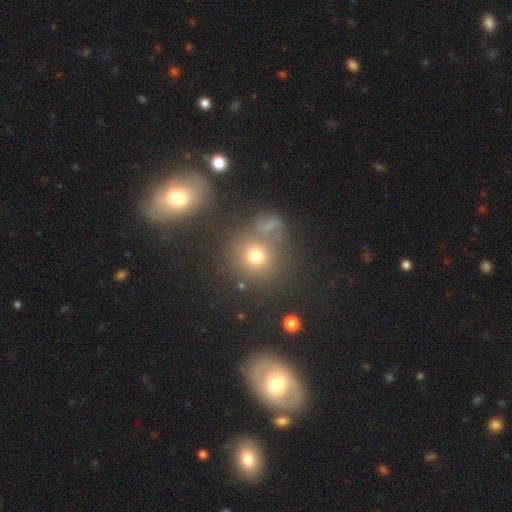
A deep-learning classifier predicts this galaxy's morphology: This is likely a smooth galaxy (70%). How rounded: clearly round (84%). Merging: likely none (61%).